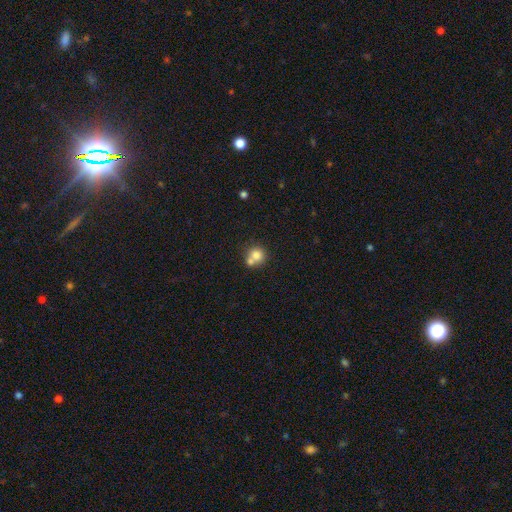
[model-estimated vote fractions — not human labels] Q: Smooth or featured?
A: smooth (76%); runner-up: featured or disk (14%)
Q: How rounded?
A: round (85%); runner-up: in between (14%)
Q: Merging?
A: merger (48%); runner-up: none (41%)